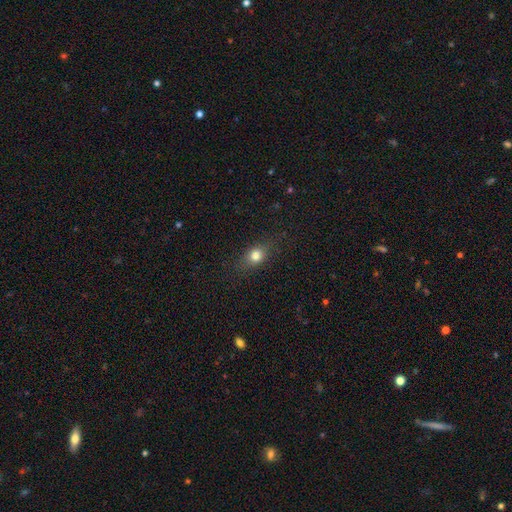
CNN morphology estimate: Smooth or featured?
  - smooth: 75% *
  - featured or disk: 13%
  - star or artifact: 12%
How rounded?
  - in between: 52% *
  - round: 42%
  - cigar-shaped: 6%
Merging?
  - none: 81% *
  - minor disturbance: 13%
  - major disturbance: 5%
  - merger: 1%